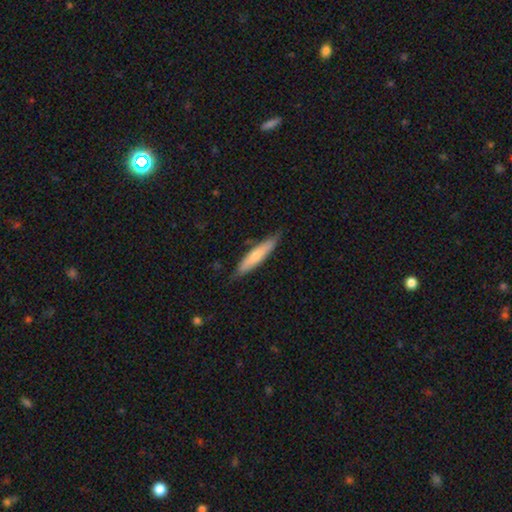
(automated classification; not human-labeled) The model was most divided on "smooth or featured": smooth: 65%, featured or disk: 29%, star or artifact: 5%. More confident: how rounded — cigar-shaped (85%); merging — none (82%).